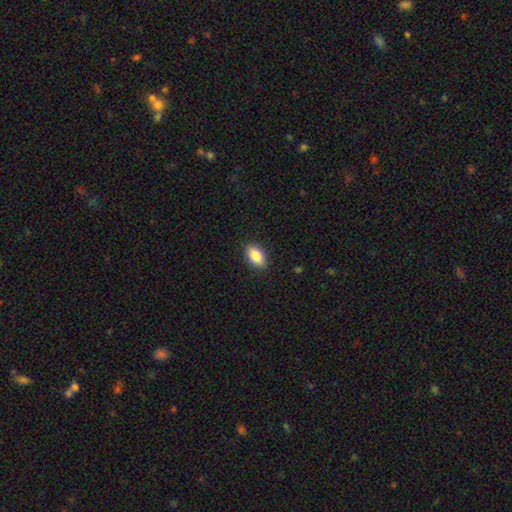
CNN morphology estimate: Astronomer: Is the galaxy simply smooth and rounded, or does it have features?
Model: smooth — 85%.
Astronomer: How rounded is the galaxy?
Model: in between — 89%.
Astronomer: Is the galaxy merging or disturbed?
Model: none — 88%.